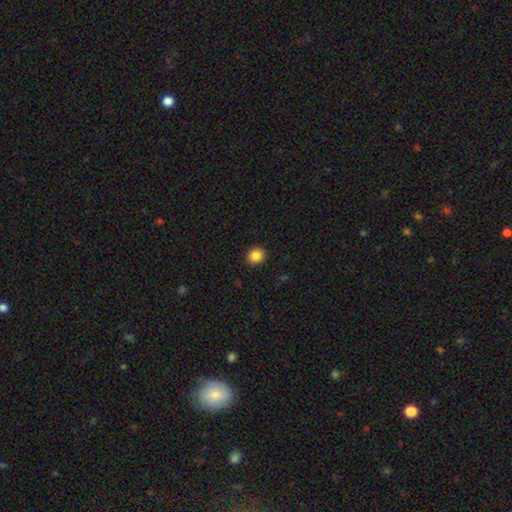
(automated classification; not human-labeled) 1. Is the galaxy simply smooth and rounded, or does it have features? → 86% smooth, 10% star or artifact, 4% featured or disk.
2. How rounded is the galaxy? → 87% round, 12% in between, 1% cigar-shaped.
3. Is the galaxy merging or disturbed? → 92% none, 5% minor disturbance, 2% major disturbance, 1% merger.